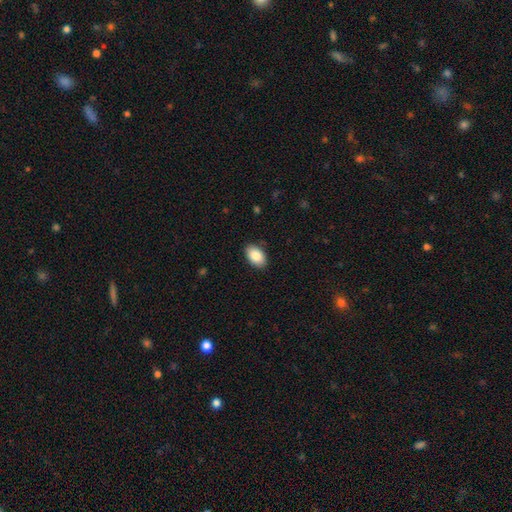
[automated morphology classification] type=smooth (88%); roundness=in between (92%); merging=none (88%).